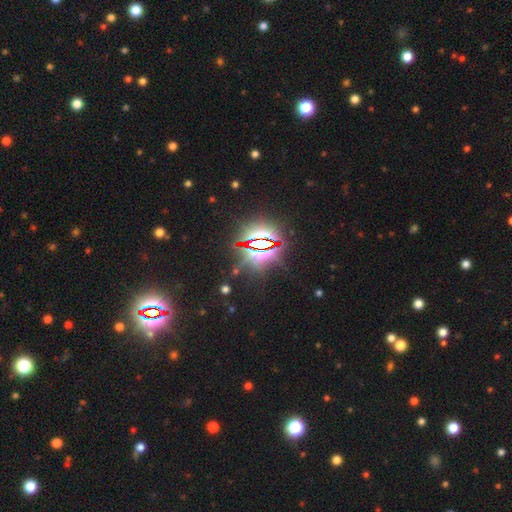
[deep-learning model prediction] star or artifact 84%, smooth 9%, featured or disk 7%.